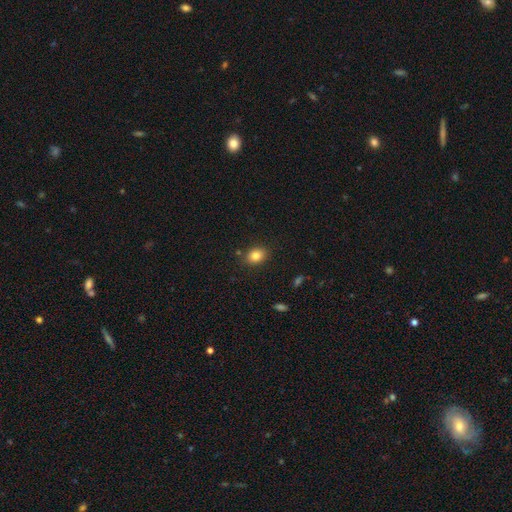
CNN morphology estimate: Smooth or featured? smooth (84%)
How rounded? in between (60%)
Merging? none (85%)